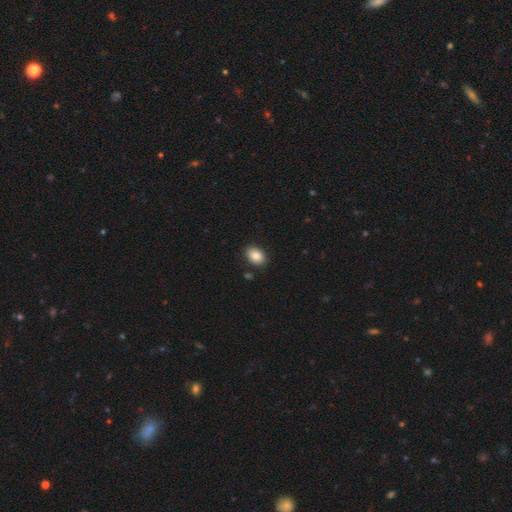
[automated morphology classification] smooth 86%, star or artifact 8%, featured or disk 7%. Down the decision tree: how rounded — in between (80%); merging — none (87%).